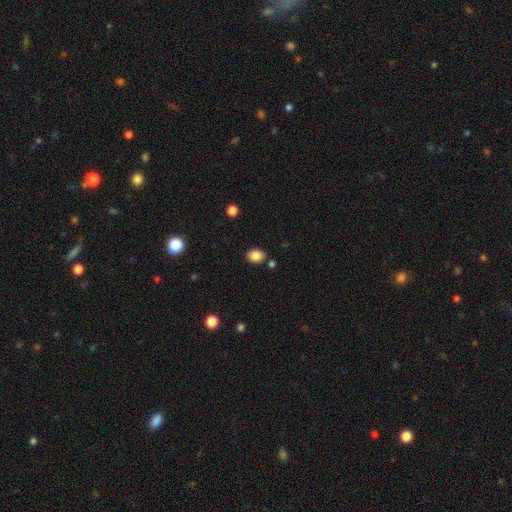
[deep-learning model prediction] The model was most divided on "how rounded": in between: 59%, round: 40%, cigar-shaped: 1%. More confident: smooth or featured — smooth (85%); merging — none (80%).